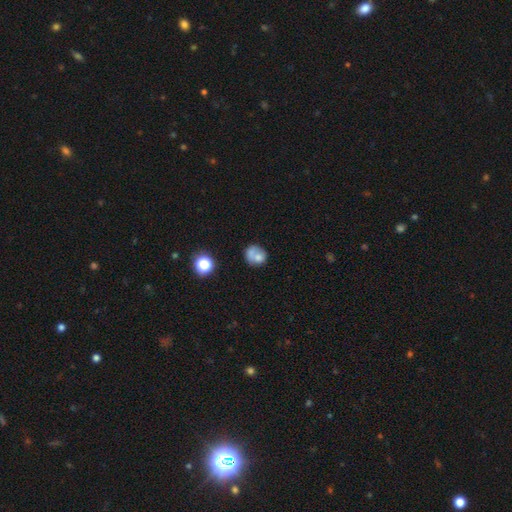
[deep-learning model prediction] smooth-or-featured: smooth: 66% | featured or disk: 22% | star or artifact: 11%
  how-rounded: round: 76% | in between: 23% | cigar-shaped: 1%
  merging: none: 41% | merger: 34% | minor disturbance: 15% | major disturbance: 10%